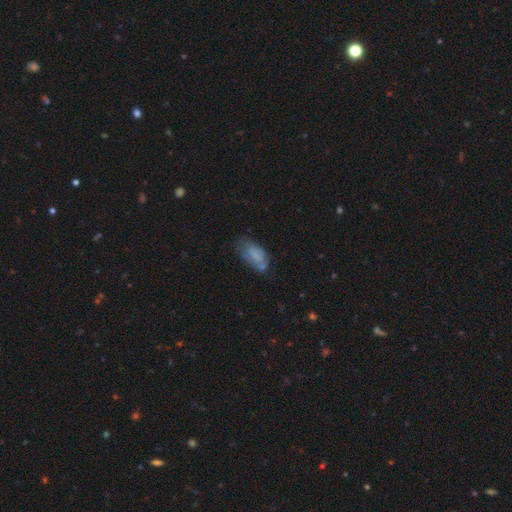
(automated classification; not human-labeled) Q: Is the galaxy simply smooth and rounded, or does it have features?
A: smooth — 71%.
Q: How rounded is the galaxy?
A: in between — 90%.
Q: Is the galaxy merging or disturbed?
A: none — 48%.